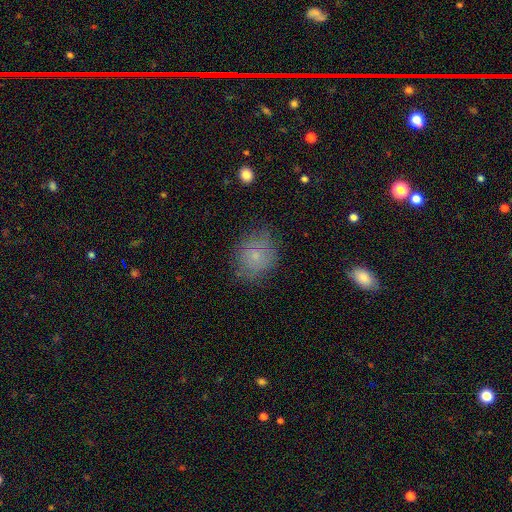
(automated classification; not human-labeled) Smooth or featured? Predicted: smooth (p=0.67). How rounded? Predicted: round (p=0.70). Merging? Predicted: none (p=0.70).